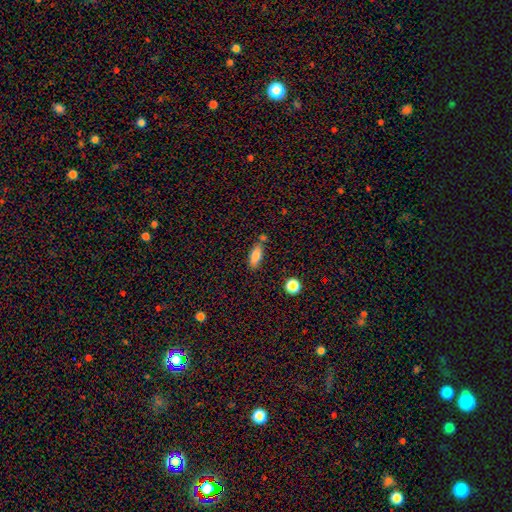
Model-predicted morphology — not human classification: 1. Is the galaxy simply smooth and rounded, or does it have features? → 81% smooth, 10% featured or disk, 9% star or artifact.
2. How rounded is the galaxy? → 78% in between, 19% cigar-shaped, 3% round.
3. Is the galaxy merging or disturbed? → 64% none, 17% minor disturbance, 15% merger, 4% major disturbance.